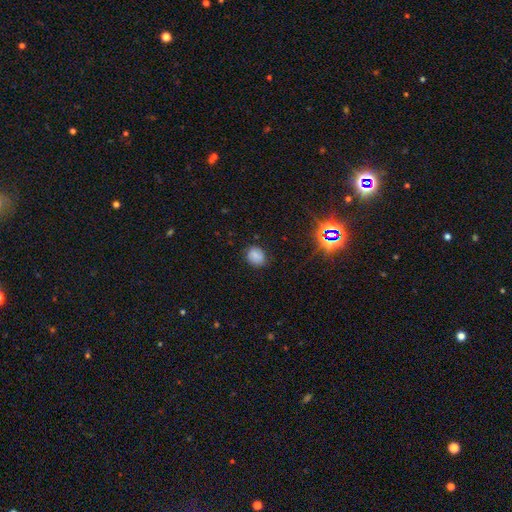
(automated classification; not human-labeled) Smooth or featured? smooth (76%)
How rounded? round (68%)
Merging? none (81%)